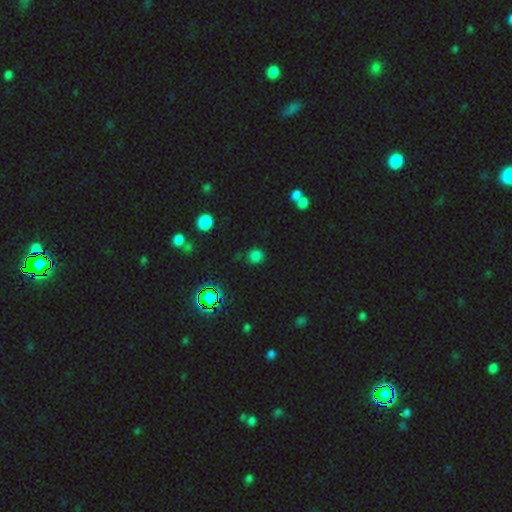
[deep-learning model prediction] This is likely a smooth galaxy (67%). How rounded: clearly round (84%). Merging: clearly none (81%).